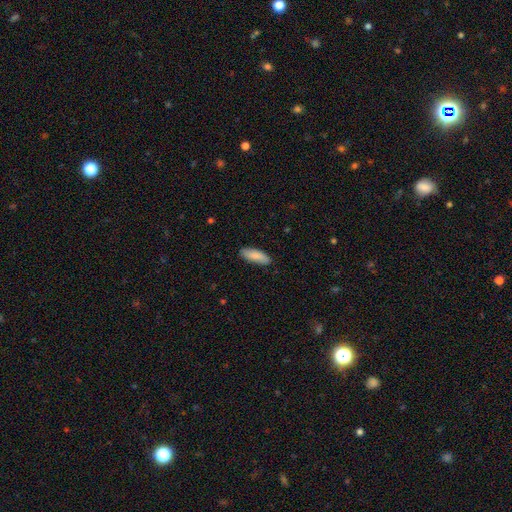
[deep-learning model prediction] Morphology: type=smooth (87%); roundness=in between (61%); merging=none (87%).